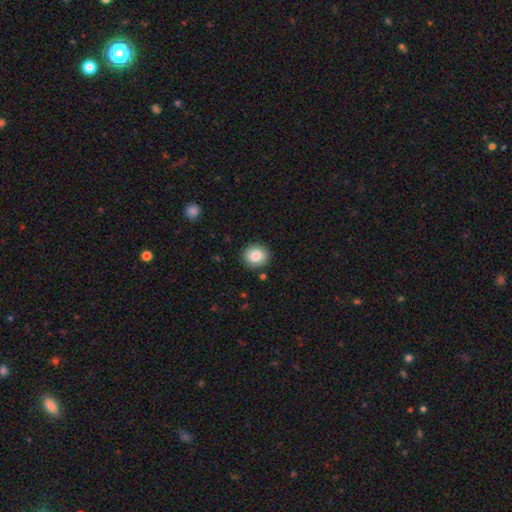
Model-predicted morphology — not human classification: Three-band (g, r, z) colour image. It shows a smooth galaxy with no disk features (83%) that is round (86%). Merging: none (89%).